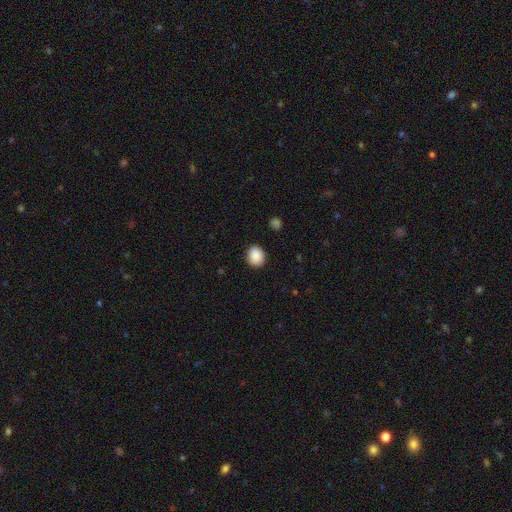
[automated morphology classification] A smooth galaxy with no disk features (89%) that is round (62%).

Vote fractions:
- Smooth or featured? smooth: 89% / star or artifact: 8% / featured or disk: 3%
- How rounded? round: 62% / in between: 37% / cigar-shaped: 1%
- Merging? none: 88% / minor disturbance: 8% / major disturbance: 2% / merger: 1%